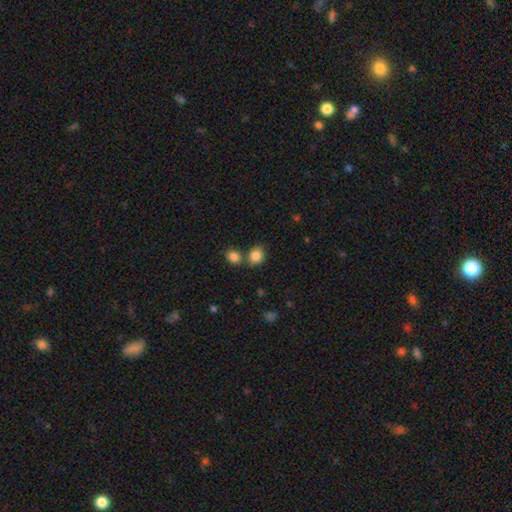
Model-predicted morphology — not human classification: smooth-or-featured: smooth: 85% | star or artifact: 10% | featured or disk: 5%
  how-rounded: round: 62% | in between: 37% | cigar-shaped: 1%
  merging: none: 63% | merger: 23% | minor disturbance: 10% | major disturbance: 3%